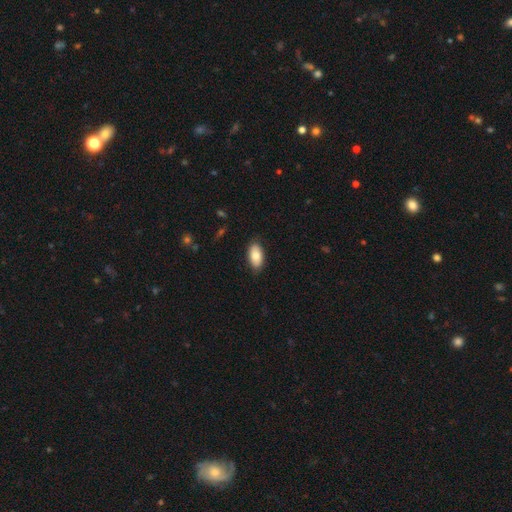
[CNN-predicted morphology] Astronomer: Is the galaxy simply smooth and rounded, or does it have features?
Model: smooth — 81%.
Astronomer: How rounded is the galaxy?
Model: in between — 94%.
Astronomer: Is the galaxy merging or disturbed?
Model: none — 86%.